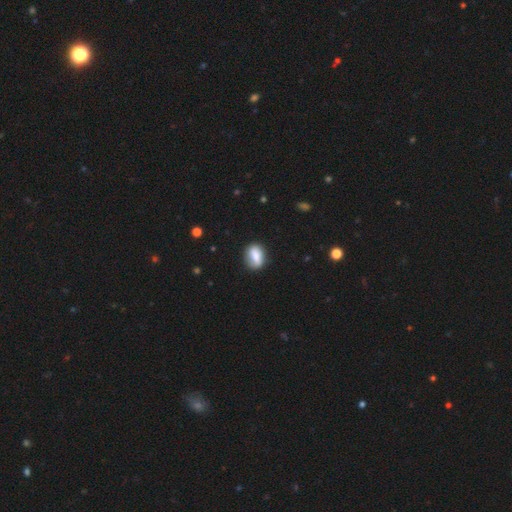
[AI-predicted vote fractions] Smooth or featured?
  - smooth: 77% *
  - featured or disk: 15%
  - star or artifact: 8%
How rounded?
  - in between: 77% *
  - round: 19%
  - cigar-shaped: 4%
Merging?
  - none: 76% *
  - minor disturbance: 18%
  - major disturbance: 4%
  - merger: 2%